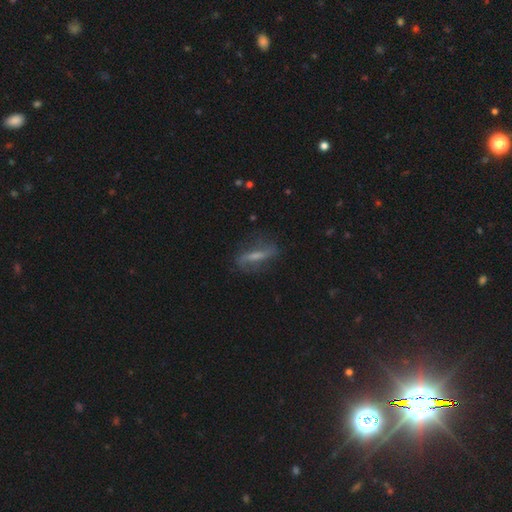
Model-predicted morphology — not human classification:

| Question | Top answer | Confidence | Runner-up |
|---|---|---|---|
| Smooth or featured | featured or disk | 55% | smooth (35%) |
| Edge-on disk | no | 64% | yes (36%) |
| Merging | none | 69% | minor disturbance (20%) |